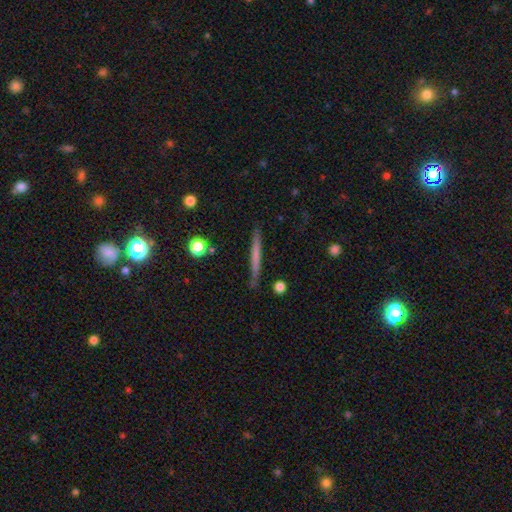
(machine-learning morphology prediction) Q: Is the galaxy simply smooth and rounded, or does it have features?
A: smooth — 53%.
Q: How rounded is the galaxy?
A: cigar-shaped — 96%.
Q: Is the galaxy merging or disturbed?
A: none — 87%.